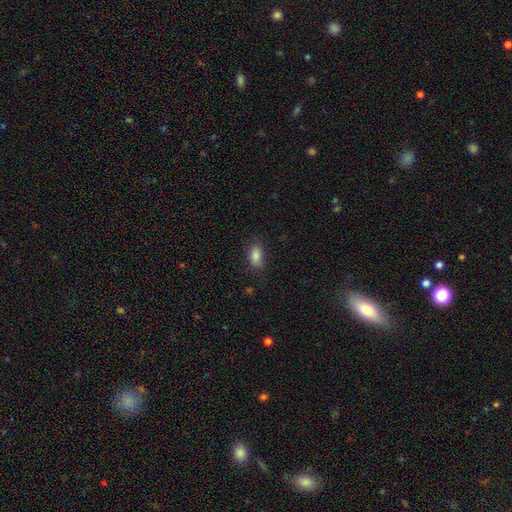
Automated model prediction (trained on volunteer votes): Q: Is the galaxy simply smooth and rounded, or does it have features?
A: smooth — 86%.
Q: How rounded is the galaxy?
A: in between — 90%.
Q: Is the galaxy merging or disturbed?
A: none — 79%.